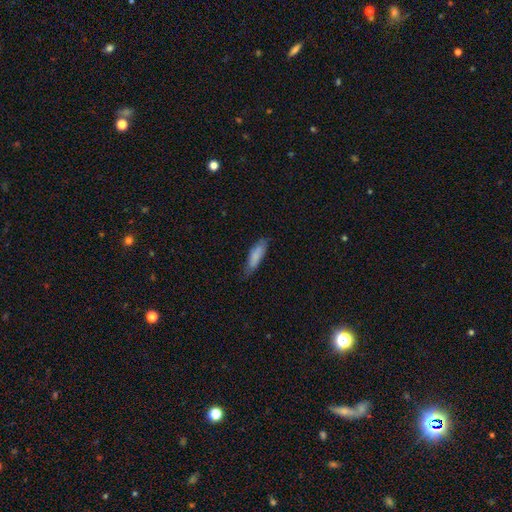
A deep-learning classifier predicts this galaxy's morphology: Overall: smooth (82%). How rounded: cigar-shaped (56%; in between 43%). Merging: none (69%).